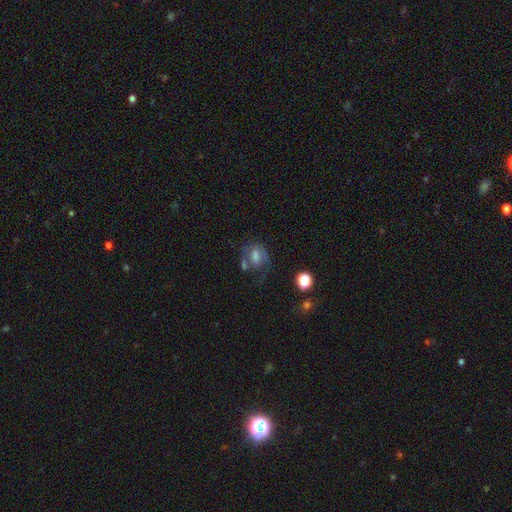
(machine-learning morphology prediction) A featured or disk galaxy (46%). Merging: none (47%).